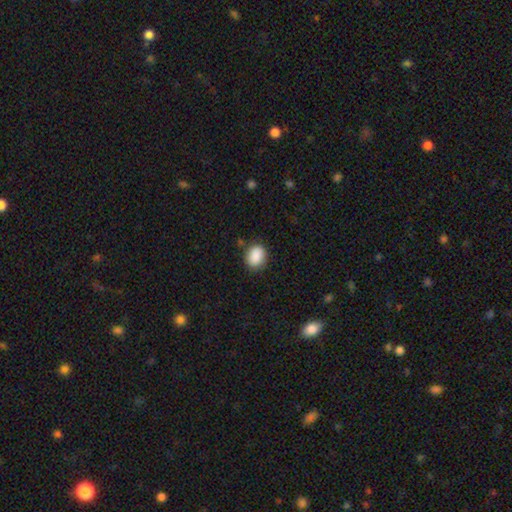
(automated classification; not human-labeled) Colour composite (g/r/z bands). It shows a smooth galaxy with no disk features (88%) that is in between round and cigar-shaped (53%). Merging: none (81%).